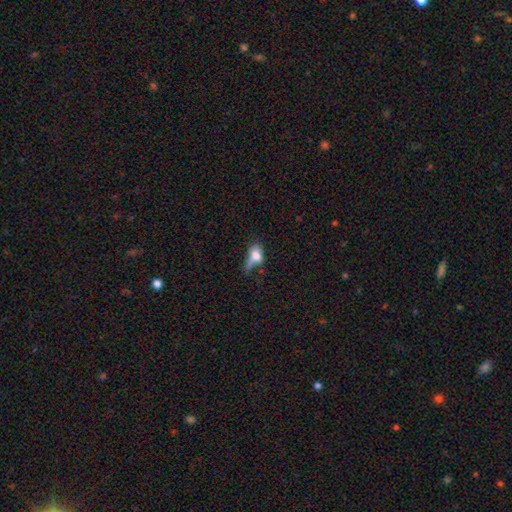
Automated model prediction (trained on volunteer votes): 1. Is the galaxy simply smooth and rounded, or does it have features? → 70% smooth, 19% featured or disk, 11% star or artifact.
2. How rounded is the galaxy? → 74% in between, 19% round, 7% cigar-shaped.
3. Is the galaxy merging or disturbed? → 39% major disturbance, 26% minor disturbance, 21% none, 14% merger.